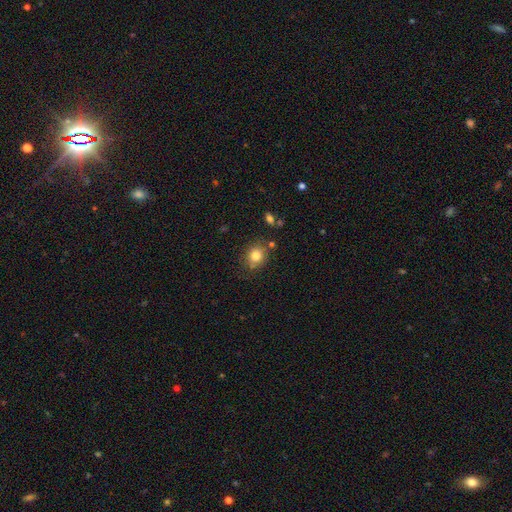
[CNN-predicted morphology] This appears to be a smooth galaxy with no disk features (81%) that is round (69%). Merging: none (75%).